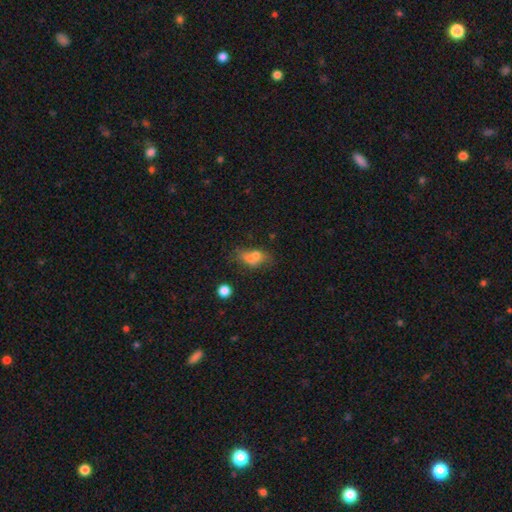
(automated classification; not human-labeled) The model was most divided on "merging": none: 36%, minor disturbance: 24%, merger: 21%, major disturbance: 19%. More confident: how rounded — in between (77%); smooth or featured — smooth (65%).